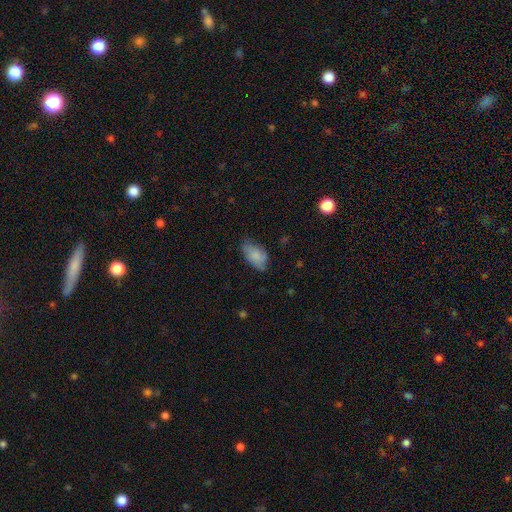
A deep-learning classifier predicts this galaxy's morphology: Smooth or featured? smooth (82%)
How rounded? in between (92%)
Merging? none (57%)